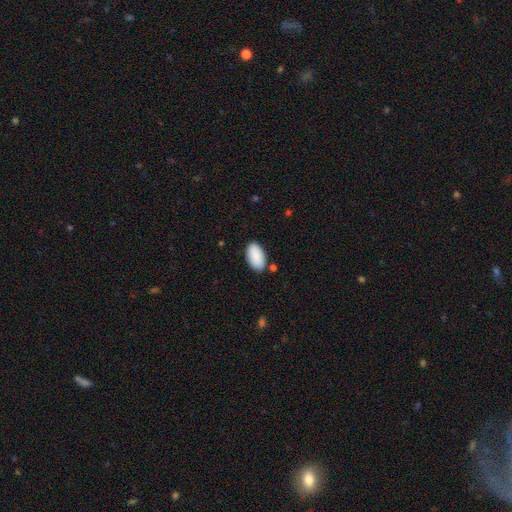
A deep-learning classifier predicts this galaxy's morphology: Smooth or featured? smooth (90%)
How rounded? in between (96%)
Merging? none (84%)